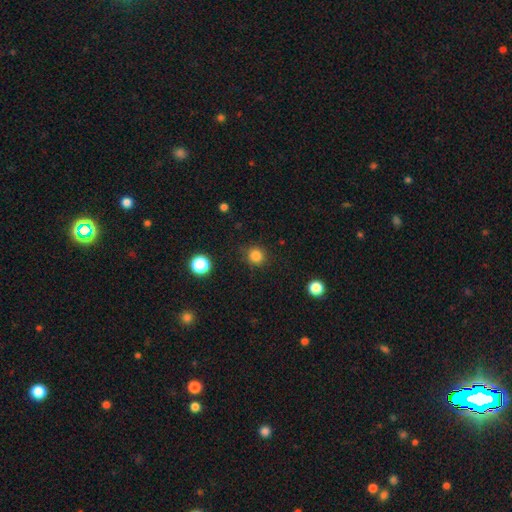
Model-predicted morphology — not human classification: type=smooth (84%); roundness=round (92%); merging=none (87%).